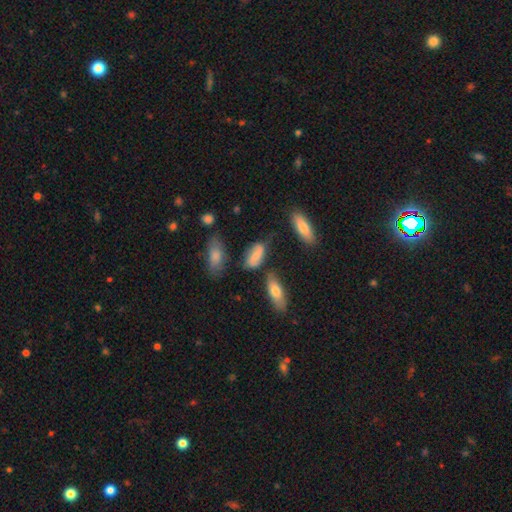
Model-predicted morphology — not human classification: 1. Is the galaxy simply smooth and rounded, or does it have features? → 62% smooth, 27% featured or disk, 11% star or artifact.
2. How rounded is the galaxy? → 85% in between, 8% cigar-shaped, 7% round.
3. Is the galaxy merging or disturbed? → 63% none, 22% minor disturbance, 7% major disturbance, 7% merger.